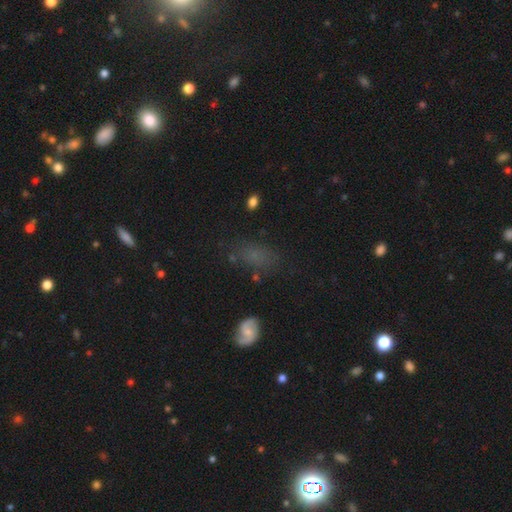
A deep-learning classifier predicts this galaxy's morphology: This is possibly a smooth galaxy (60%). How rounded: clearly in between (81%). Merging: likely none (64%).